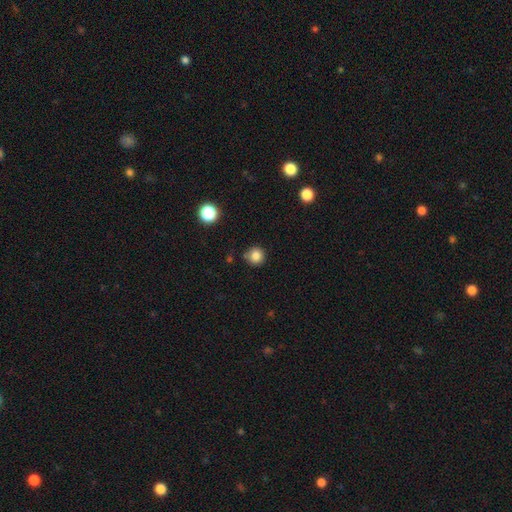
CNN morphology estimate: Overall: smooth (83%). How rounded: round (92%). Merging: none (81%).